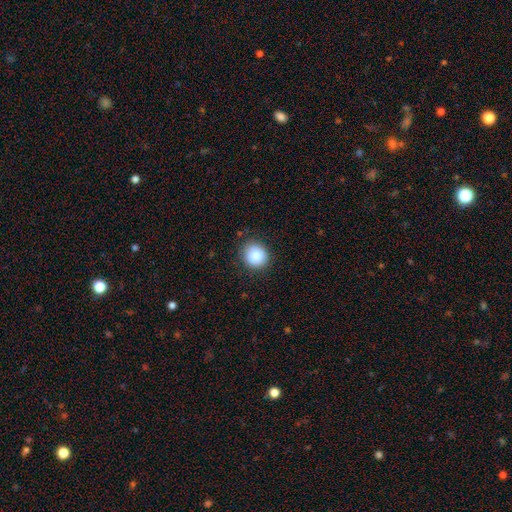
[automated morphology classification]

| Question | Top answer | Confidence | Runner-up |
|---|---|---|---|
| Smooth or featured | smooth | 87% | star or artifact (8%) |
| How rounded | round | 85% | in between (14%) |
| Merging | none | 85% | minor disturbance (11%) |